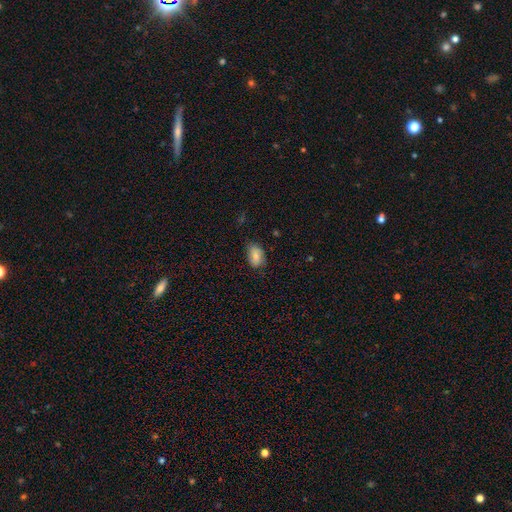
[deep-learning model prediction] Overall: smooth (80%). How rounded: in between (87%). Merging: none (70%).